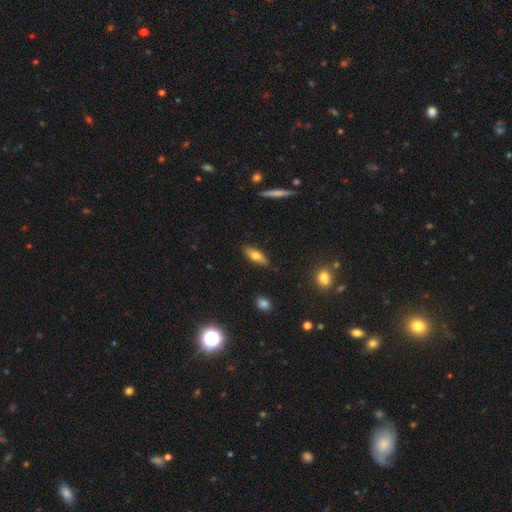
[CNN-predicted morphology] smooth-or-featured: smooth: 68% | featured or disk: 25% | star or artifact: 7%
  how-rounded: in between: 59% | cigar-shaped: 38% | round: 3%
  merging: none: 86% | minor disturbance: 10% | major disturbance: 2% | merger: 2%